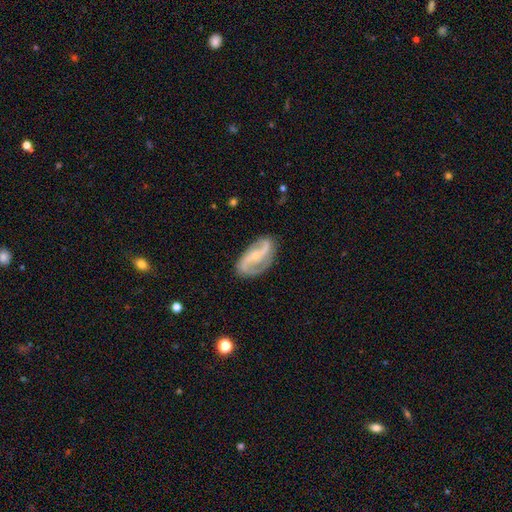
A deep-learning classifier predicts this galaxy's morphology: Smooth or featured? featured or disk (88%)
Edge-on disk? no (96%)
Bar? no (40%)
Spiral arms? yes (96%)
Spiral winding? medium (42%, tied with loose)
Spiral arm count? 2 (92%)
Bulge size? small (69%)
Merging? none (79%)